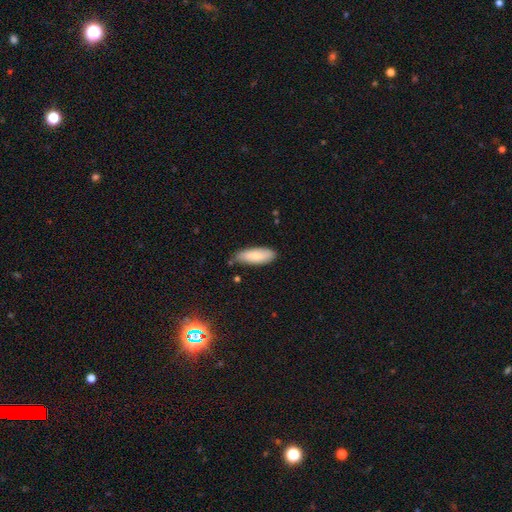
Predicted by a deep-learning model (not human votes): Smooth or featured?
  - smooth: 78% *
  - featured or disk: 16%
  - star or artifact: 6%
How rounded?
  - in between: 71% *
  - cigar-shaped: 27%
  - round: 2%
Merging?
  - none: 76% *
  - minor disturbance: 19%
  - major disturbance: 3%
  - merger: 2%